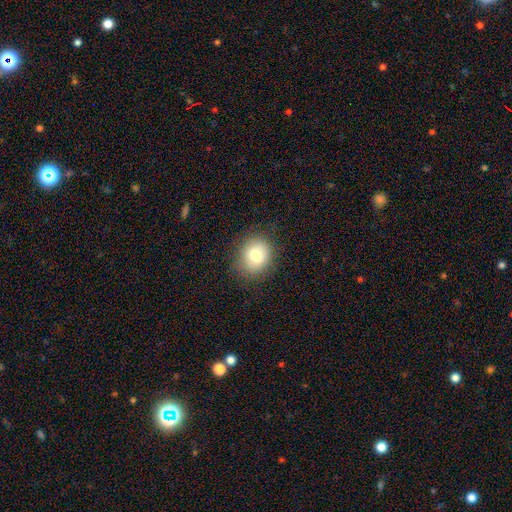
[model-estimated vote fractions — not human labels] Q: Smooth or featured?
A: smooth (78%); runner-up: featured or disk (12%)
Q: How rounded?
A: round (63%); runner-up: in between (36%)
Q: Merging?
A: none (82%); runner-up: minor disturbance (13%)